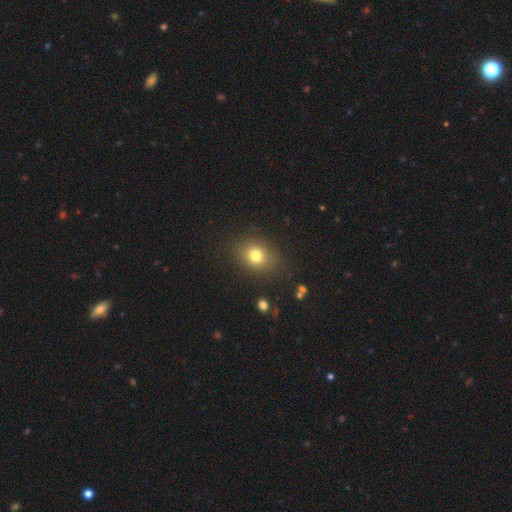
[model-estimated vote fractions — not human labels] Morphology: type=smooth (77%); roundness=round (55%); merging=none (84%).